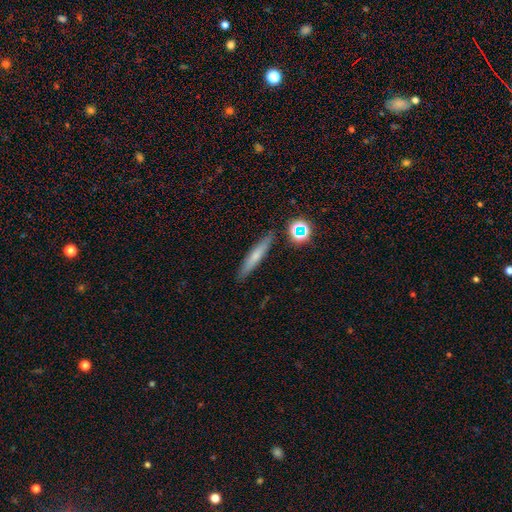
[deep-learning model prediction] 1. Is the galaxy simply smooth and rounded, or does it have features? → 61% smooth, 30% featured or disk, 10% star or artifact.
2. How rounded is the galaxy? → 90% cigar-shaped, 8% in between, 3% round.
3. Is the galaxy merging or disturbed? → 87% none, 8% minor disturbance, 3% merger, 2% major disturbance.